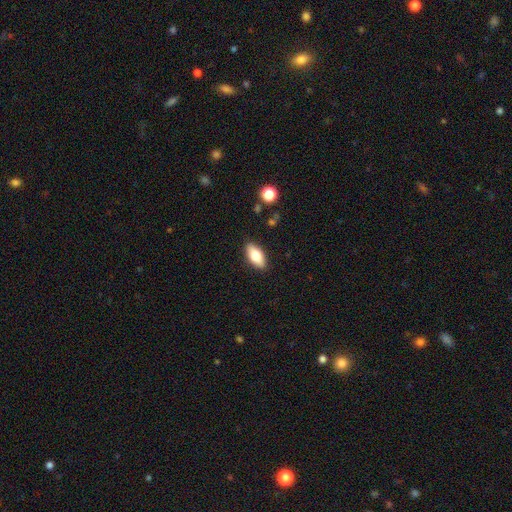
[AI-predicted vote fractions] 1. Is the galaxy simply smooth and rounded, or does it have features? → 73% smooth, 20% featured or disk, 7% star or artifact.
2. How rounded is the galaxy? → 85% in between, 12% cigar-shaped, 3% round.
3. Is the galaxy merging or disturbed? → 88% none, 9% minor disturbance, 2% major disturbance, 1% merger.